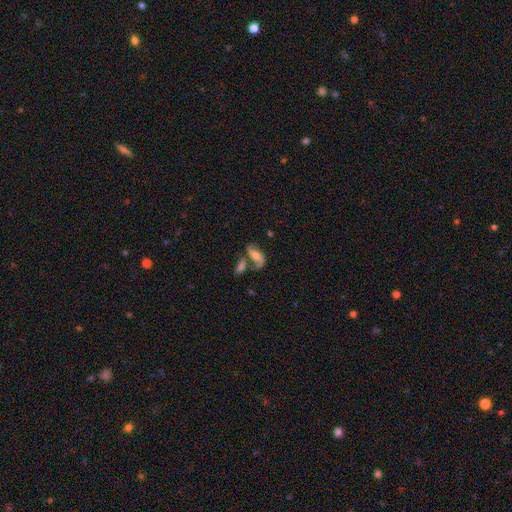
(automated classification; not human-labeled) Smooth or featured: featured or disk — 57% (smooth — 34%)
Edge-on disk: no — 92% (yes — 8%)
Bar: no — 52% (weak — 33%)
Spiral arms: yes — 82% (no — 18%)
Bulge size: moderate — 49% (small — 24%)
Merging: merger — 42% (none — 32%)